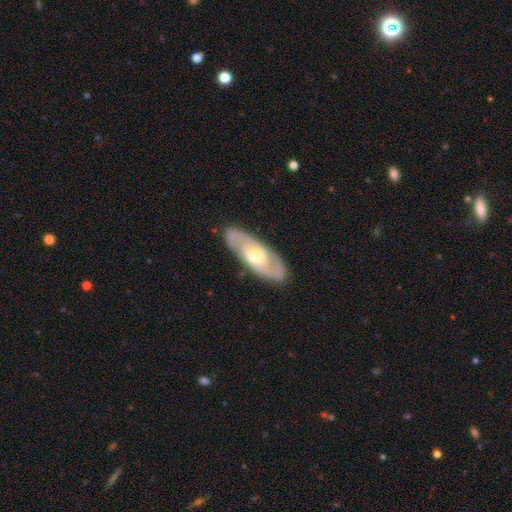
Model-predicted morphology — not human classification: This is likely a featured or disk galaxy (70%). It is clearly not viewed edge-on (83%). Bar: likely no (65%). Spiral arm pattern: likely yes (66%). Central bulge: likely moderate (71%). Merging: clearly none (86%).